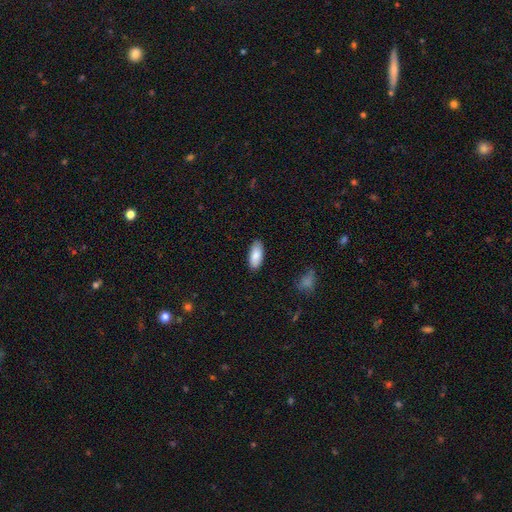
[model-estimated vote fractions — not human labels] smooth 85%, featured or disk 9%, star or artifact 6%. Down the decision tree: how rounded — in between (89%); merging — none (86%).